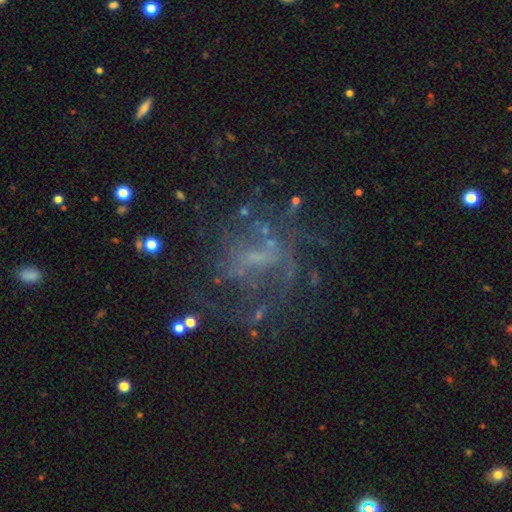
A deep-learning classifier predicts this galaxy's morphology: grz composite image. It shows a featured or disk galaxy (55%) with no bar (63%), no spiral arms (69%) and no central bulge (58%). Merging: none (51%).